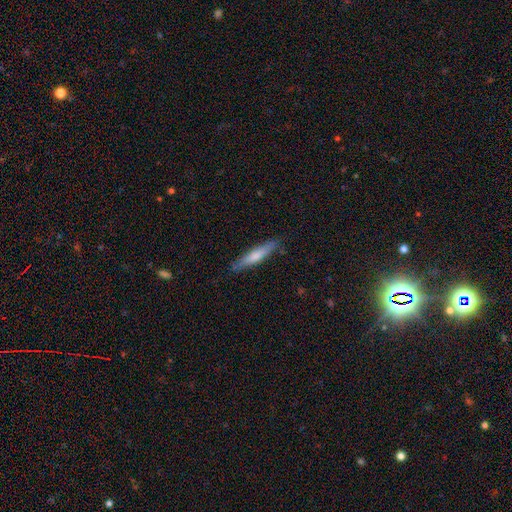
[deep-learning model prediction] Overall: smooth (66%; featured or disk 29%). How rounded: cigar-shaped (89%). Merging: none (83%).